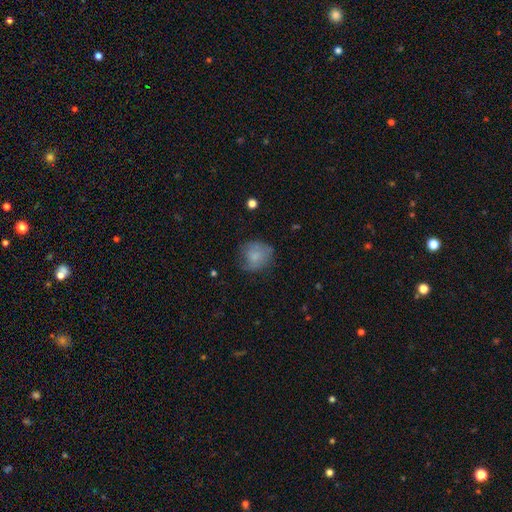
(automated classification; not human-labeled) A smooth galaxy with no disk features (74%) that is round (80%).

Vote fractions:
- Smooth or featured? smooth: 74% / featured or disk: 17% / star or artifact: 9%
- How rounded? round: 80% / in between: 19% / cigar-shaped: 1%
- Merging? none: 62% / minor disturbance: 26% / major disturbance: 10% / merger: 2%